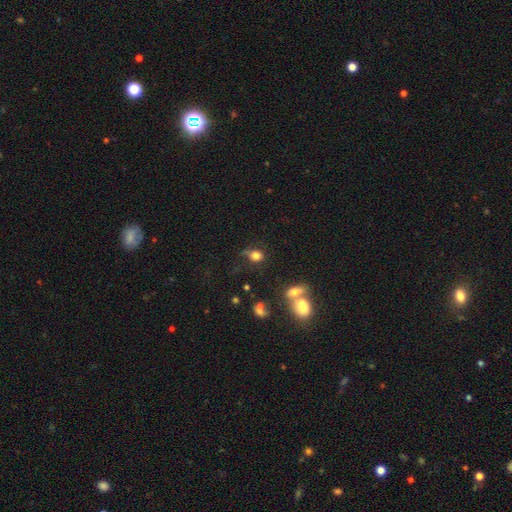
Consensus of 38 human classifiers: A smooth galaxy with no disk features (84%) that is round (53%). Merging: none (43%).